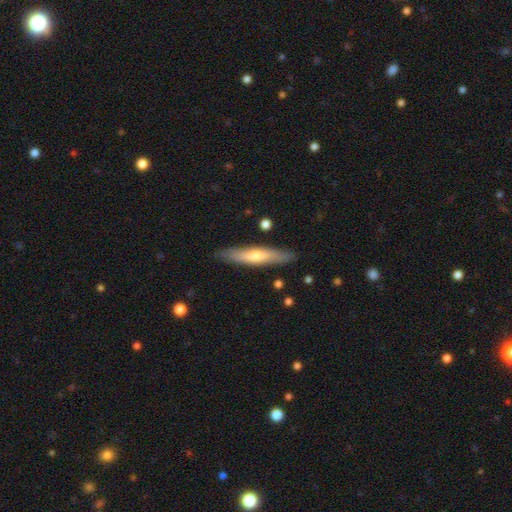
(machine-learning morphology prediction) smooth_or_featured: smooth (p=0.53) [alt: featured or disk p=0.42]
how_rounded: cigar-shaped (p=0.88) [alt: in between p=0.10]
merging: none (p=0.88) [alt: minor disturbance p=0.09]